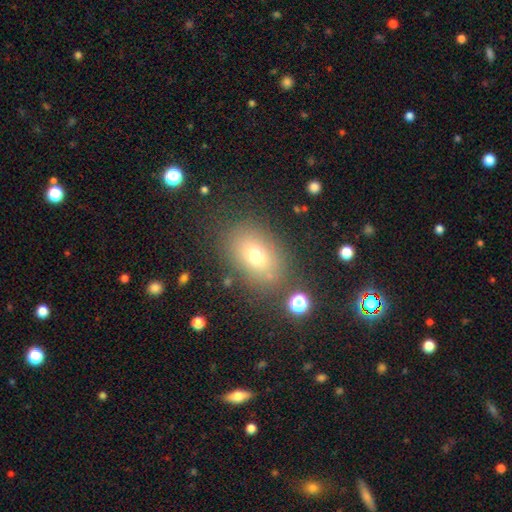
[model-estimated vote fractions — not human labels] Q: Smooth or featured?
A: smooth (69%); runner-up: featured or disk (16%)
Q: How rounded?
A: in between (72%); runner-up: round (26%)
Q: Merging?
A: none (78%); runner-up: minor disturbance (12%)